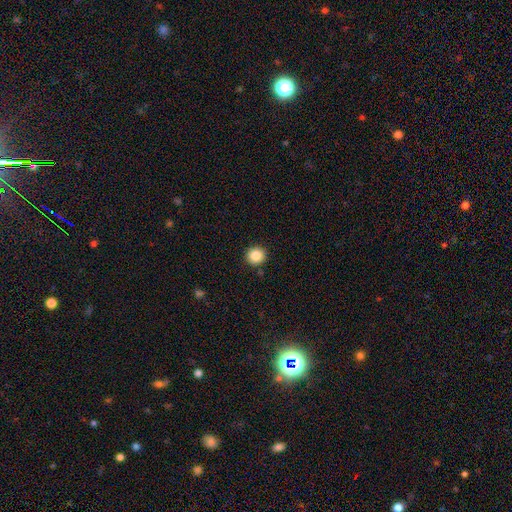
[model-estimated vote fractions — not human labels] smooth-or-featured: smooth: 86% | star or artifact: 10% | featured or disk: 4%
  how-rounded: round: 93% | in between: 6% | cigar-shaped: 1%
  merging: none: 90% | minor disturbance: 6% | merger: 2% | major disturbance: 2%